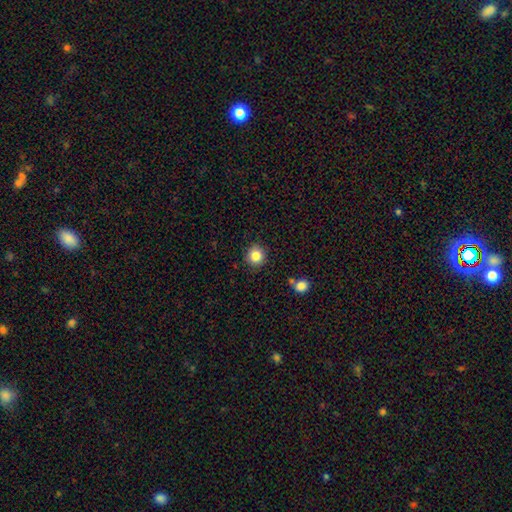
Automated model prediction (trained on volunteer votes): Smooth or featured?
  - smooth: 84% *
  - star or artifact: 10%
  - featured or disk: 5%
How rounded?
  - round: 92% *
  - in between: 7%
  - cigar-shaped: 1%
Merging?
  - none: 88% *
  - minor disturbance: 7%
  - merger: 2%
  - major disturbance: 2%